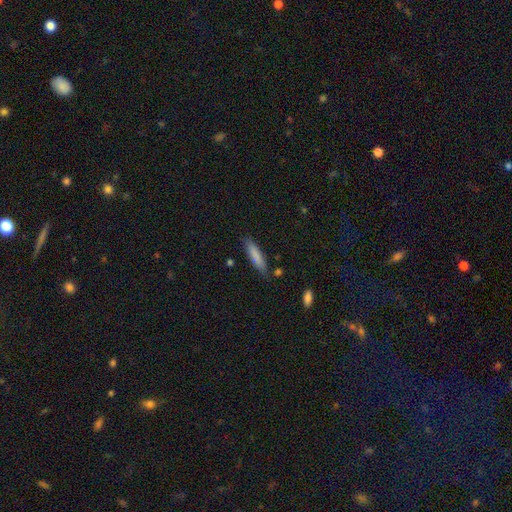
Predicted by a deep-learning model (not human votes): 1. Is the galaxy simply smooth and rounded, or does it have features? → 82% smooth, 12% featured or disk, 6% star or artifact.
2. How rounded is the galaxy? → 76% cigar-shaped, 23% in between, 1% round.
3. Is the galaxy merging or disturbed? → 81% none, 14% minor disturbance, 3% merger, 3% major disturbance.